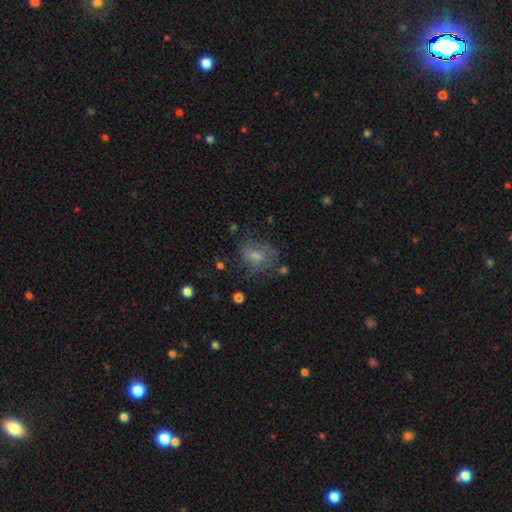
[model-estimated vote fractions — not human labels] A smooth galaxy with no disk features (55%) that is round (52%).

Vote fractions:
- Smooth or featured? smooth: 55% / featured or disk: 26% / star or artifact: 19%
- How rounded? round: 52% / in between: 47% / cigar-shaped: 1%
- Merging? none: 61% / minor disturbance: 23% / major disturbance: 14% / merger: 3%